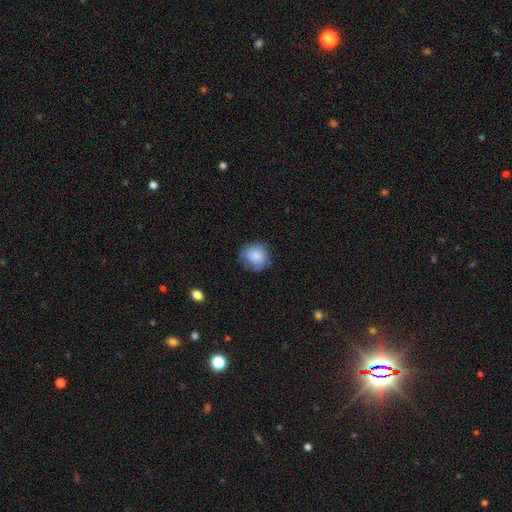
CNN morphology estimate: A smooth galaxy with no disk features (84%) that is round (82%). Merging: none (75%).